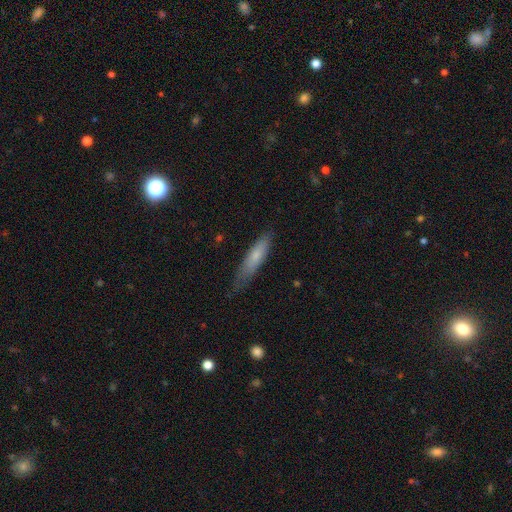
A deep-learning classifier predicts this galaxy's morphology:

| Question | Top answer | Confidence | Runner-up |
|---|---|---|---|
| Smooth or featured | smooth | 68% | featured or disk (26%) |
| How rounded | cigar-shaped | 77% | in between (21%) |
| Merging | none | 64% | minor disturbance (28%) |